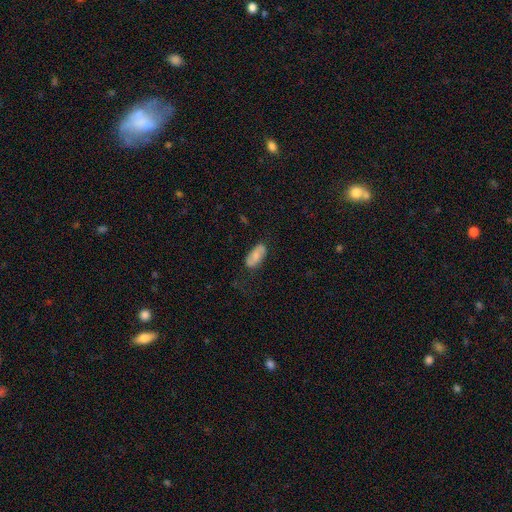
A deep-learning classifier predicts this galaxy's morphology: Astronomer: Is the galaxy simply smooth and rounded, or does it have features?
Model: smooth — 65%.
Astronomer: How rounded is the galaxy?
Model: in between — 89%.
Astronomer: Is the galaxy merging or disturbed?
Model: none — 76%.